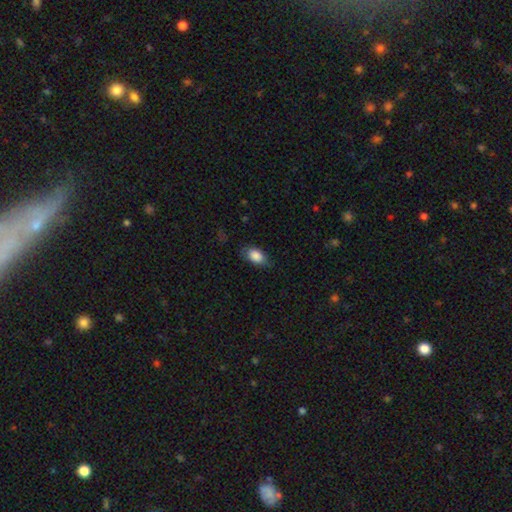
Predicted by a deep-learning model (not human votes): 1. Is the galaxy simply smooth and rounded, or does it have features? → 85% smooth, 8% featured or disk, 7% star or artifact.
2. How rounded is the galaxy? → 90% in between, 8% round, 2% cigar-shaped.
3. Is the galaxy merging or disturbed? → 72% none, 22% minor disturbance, 6% major disturbance, 1% merger.